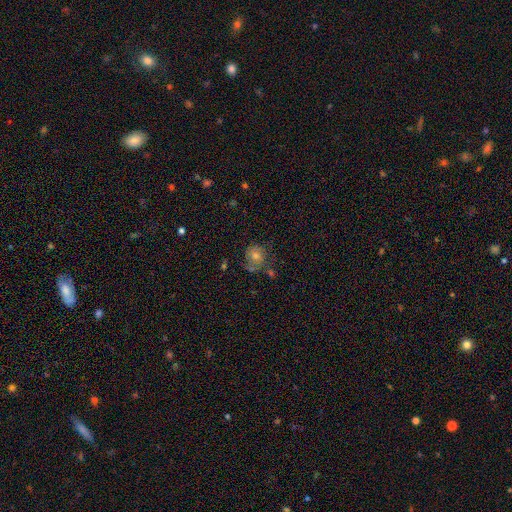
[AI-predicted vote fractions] Morphology: type=smooth (45%); merging=none (63%).